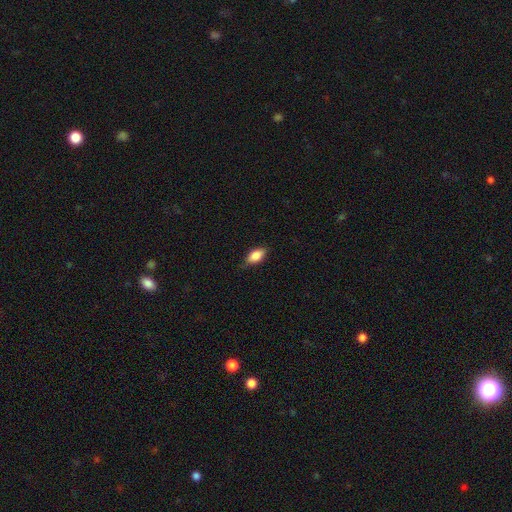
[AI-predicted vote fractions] This is clearly a smooth galaxy (81%). How rounded: clearly in between (88%). Merging: likely none (78%).